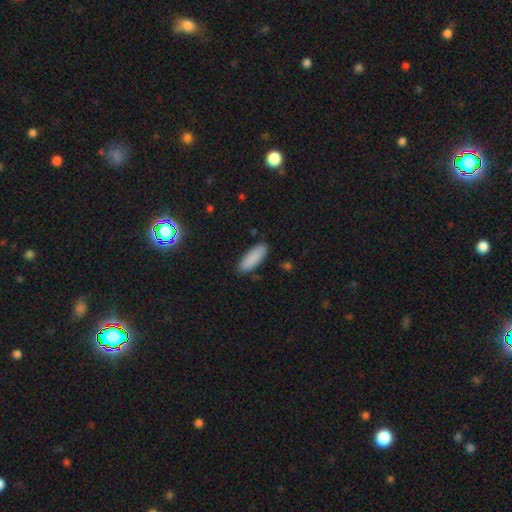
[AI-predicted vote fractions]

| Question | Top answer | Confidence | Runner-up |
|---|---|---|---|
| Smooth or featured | smooth | 89% | star or artifact (6%) |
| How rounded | in between | 65% | cigar-shaped (34%) |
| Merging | none | 86% | minor disturbance (11%) |